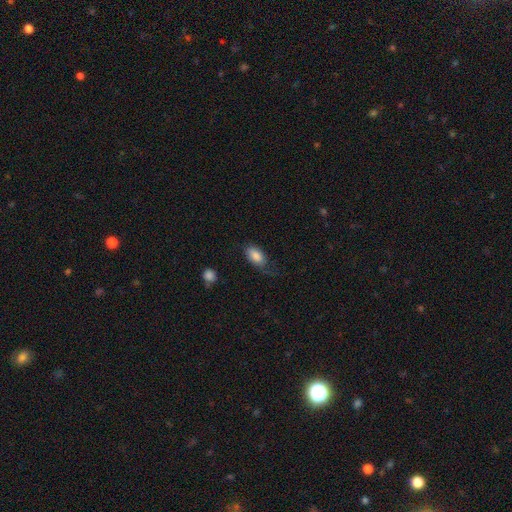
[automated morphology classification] Overall: smooth (83%). How rounded: in between (92%). Merging: none (52%; minor disturbance 28%).